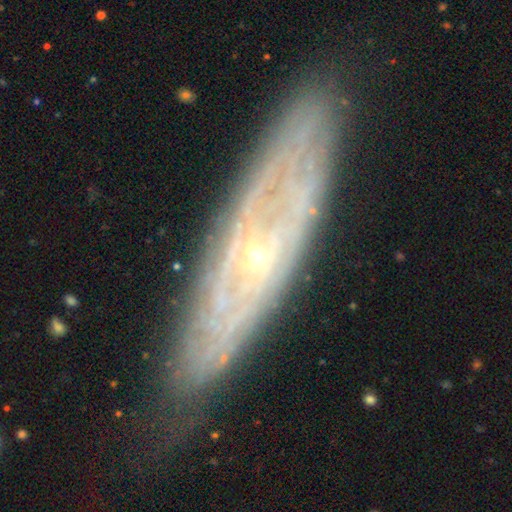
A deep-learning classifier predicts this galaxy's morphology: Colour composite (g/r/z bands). It shows a featured or disk galaxy (78%) with no bar (73%), spiral arms (75%) and a small central bulge (82%). Merging: none (75%).